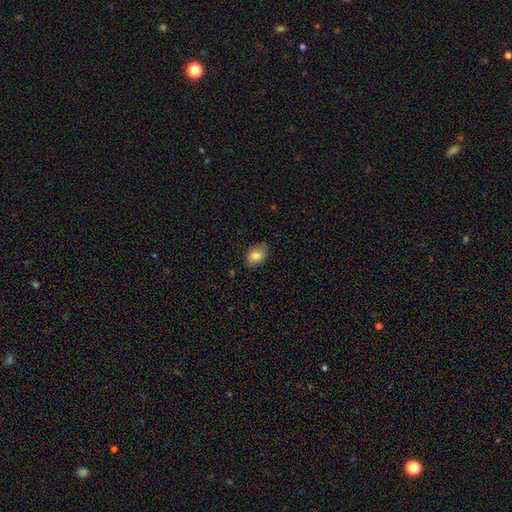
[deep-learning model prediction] A smooth galaxy with no disk features (83%) that is in between round and cigar-shaped (83%). Merging: none (79%).